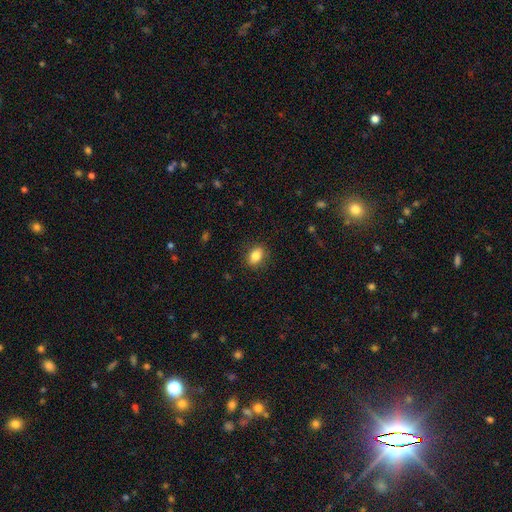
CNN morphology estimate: A smooth galaxy with no disk features (85%) that is in between round and cigar-shaped (78%).

Vote fractions:
- Smooth or featured? smooth: 85% / star or artifact: 9% / featured or disk: 7%
- How rounded? in between: 78% / round: 20% / cigar-shaped: 2%
- Merging? none: 87% / minor disturbance: 10% / major disturbance: 3% / merger: 1%